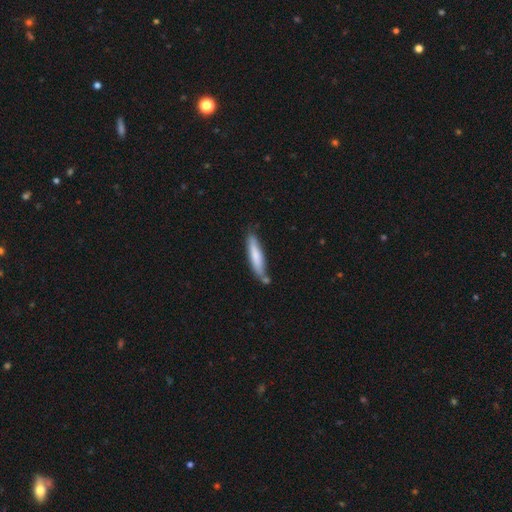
This is clearly a smooth galaxy (82%). How rounded: clearly cigar-shaped (85%). Merging: marginally minor disturbance (44%).